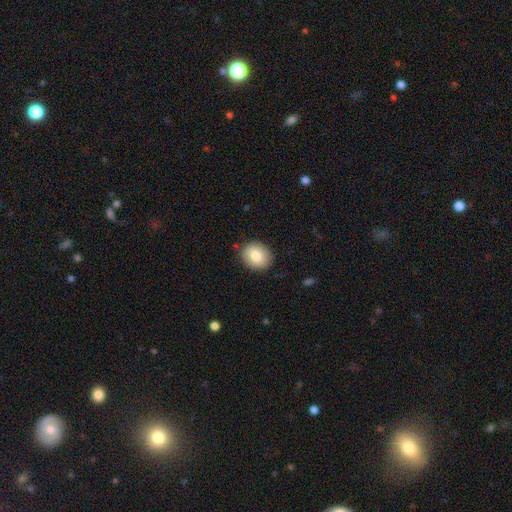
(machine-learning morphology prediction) This is clearly a smooth galaxy (83%). How rounded: possibly round (57%). Merging: clearly none (86%).